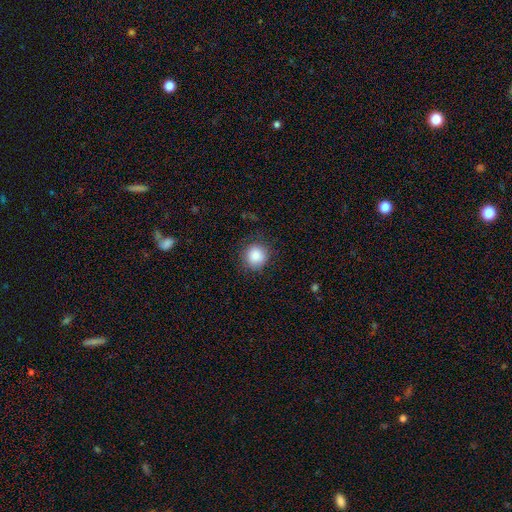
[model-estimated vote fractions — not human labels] Overall: smooth (85%). How rounded: round (90%). Merging: none (84%).